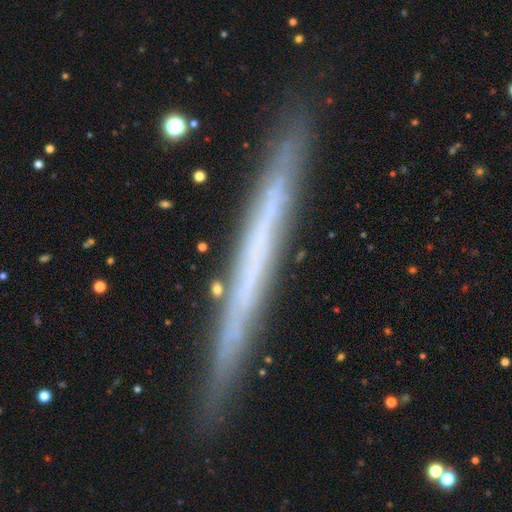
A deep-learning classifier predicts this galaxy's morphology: Overall: featured or disk (61%; smooth 31%). Edge-on disk: yes (95%). Edge-on bulge: none (94%). Merging: none (89%).